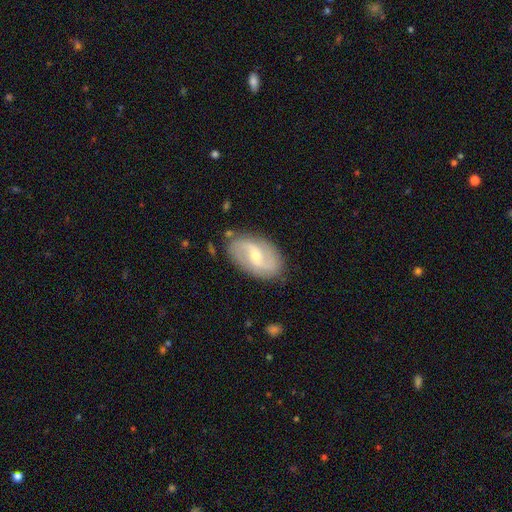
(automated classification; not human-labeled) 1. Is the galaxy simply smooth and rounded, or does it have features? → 79% featured or disk, 15% smooth, 5% star or artifact.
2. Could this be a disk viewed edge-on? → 96% no, 4% yes.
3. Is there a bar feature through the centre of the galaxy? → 52% weak, 29% no, 19% strong.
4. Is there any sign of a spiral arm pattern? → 92% yes, 8% no.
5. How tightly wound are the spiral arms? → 42% medium, 41% loose, 17% tight.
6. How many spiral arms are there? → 89% 2, 6% can't tell, 2% 3, 2% 1, 1% 4, 1% more than 4.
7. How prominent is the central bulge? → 53% small, 43% moderate, 2% large, 1% none, 1% dominant.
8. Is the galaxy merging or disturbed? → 83% none, 12% minor disturbance, 3% major disturbance, 2% merger.